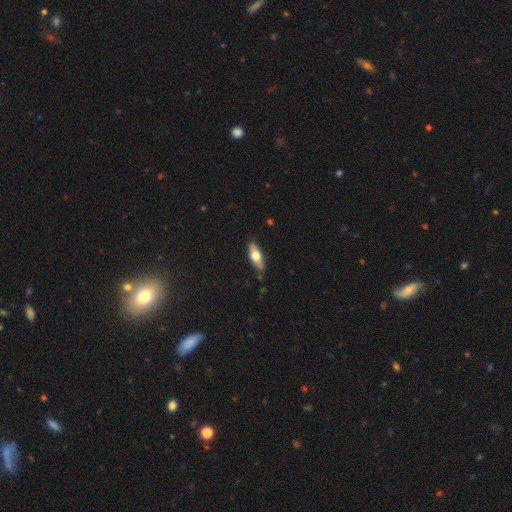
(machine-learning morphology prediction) This appears to be a smooth galaxy with no disk features (59%) that is in between round and cigar-shaped (64%). Merging: none (81%).